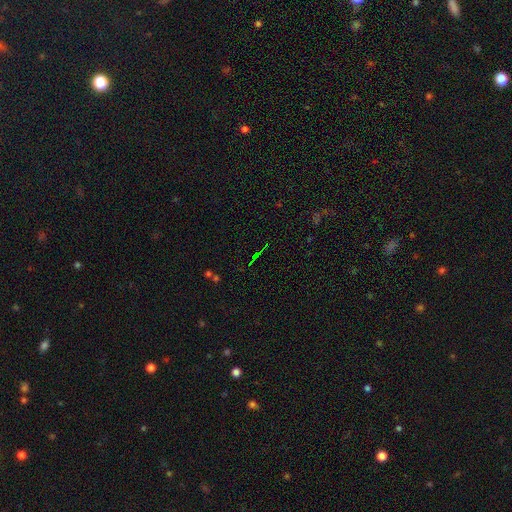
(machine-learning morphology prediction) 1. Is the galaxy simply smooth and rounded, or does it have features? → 68% star or artifact, 17% smooth, 14% featured or disk.